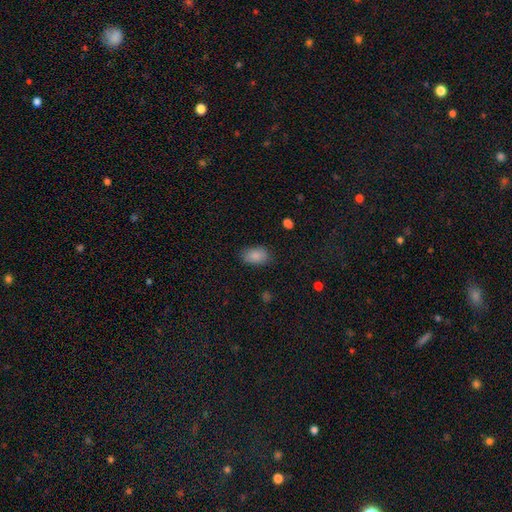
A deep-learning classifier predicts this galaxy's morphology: A smooth galaxy with no disk features (87%) that is in between round and cigar-shaped (89%).

Vote fractions:
- Smooth or featured? smooth: 87% / star or artifact: 8% / featured or disk: 5%
- How rounded? in between: 89% / round: 10% / cigar-shaped: 1%
- Merging? none: 81% / minor disturbance: 15% / major disturbance: 4% / merger: 1%